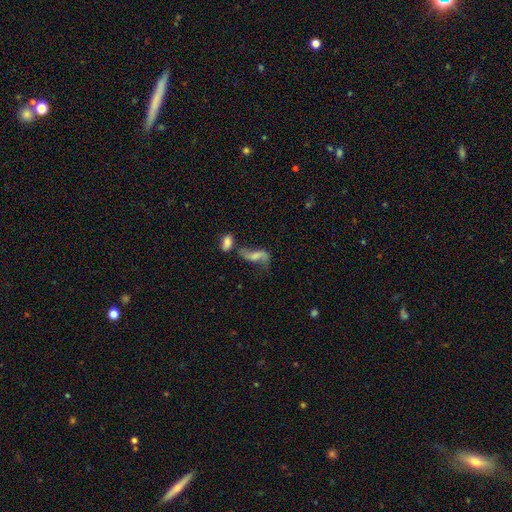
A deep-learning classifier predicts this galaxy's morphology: This is likely a featured or disk galaxy (62%). It is clearly not viewed edge-on (92%). Bar: possibly no (46%). Spiral arm pattern: clearly yes (86%). Central bulge: marginally none (42%). Merging: marginally none (39%).